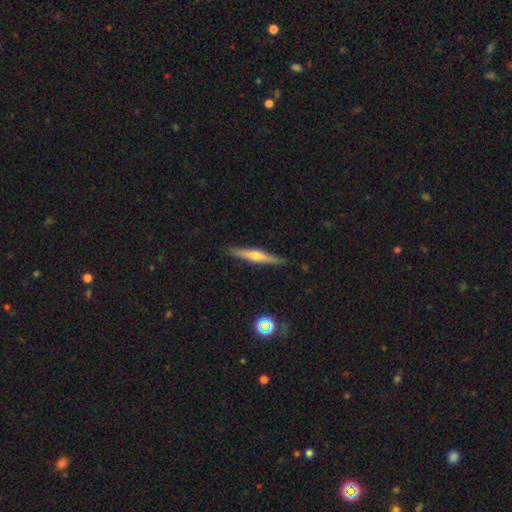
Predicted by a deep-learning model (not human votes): Overall: featured or disk (65%; smooth 28%). Edge-on disk: yes (97%). Edge-on bulge: rounded (87%). Merging: none (90%).